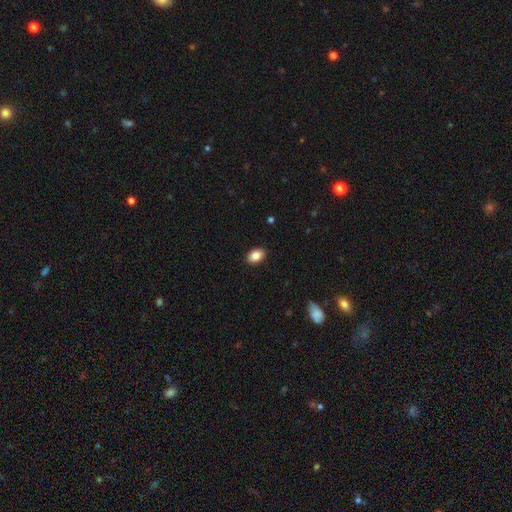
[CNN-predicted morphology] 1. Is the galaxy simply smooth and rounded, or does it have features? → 86% smooth, 8% star or artifact, 6% featured or disk.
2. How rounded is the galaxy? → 81% in between, 18% round, 1% cigar-shaped.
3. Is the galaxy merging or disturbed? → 90% none, 7% minor disturbance, 2% major disturbance, 1% merger.